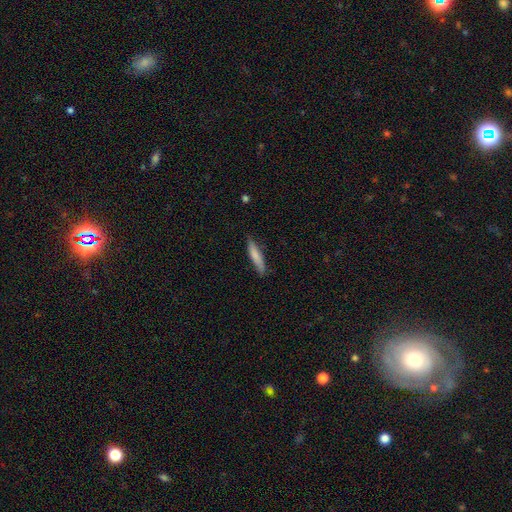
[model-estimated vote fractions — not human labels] The model was most divided on "smooth or featured": smooth: 78%, featured or disk: 17%, star or artifact: 6%. More confident: how rounded — cigar-shaped (87%); merging — none (83%).